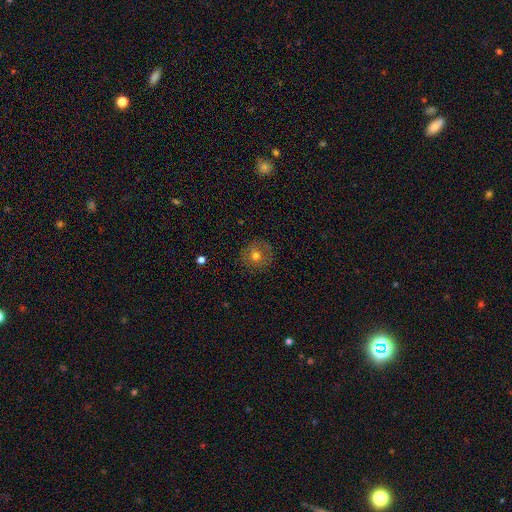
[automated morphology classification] A smooth galaxy with no disk features (63%) that is round (91%). Merging: none (85%).